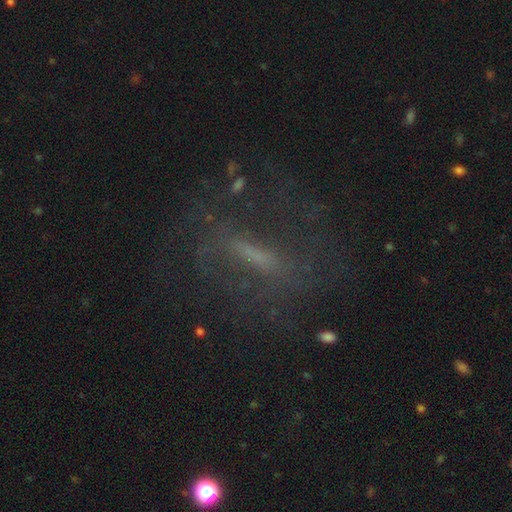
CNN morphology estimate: This is possibly a featured or disk galaxy (57%). It is likely not viewed edge-on (68%). Merging: likely none (65%).